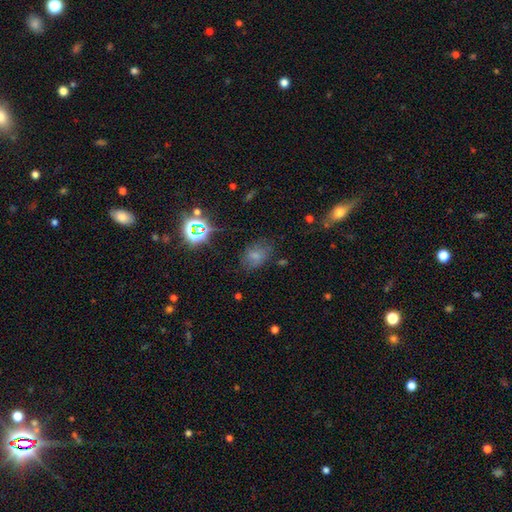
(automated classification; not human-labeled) Q: Smooth or featured?
A: smooth (61%); runner-up: star or artifact (24%)
Q: How rounded?
A: in between (74%); runner-up: round (25%)
Q: Merging?
A: none (64%); runner-up: minor disturbance (22%)